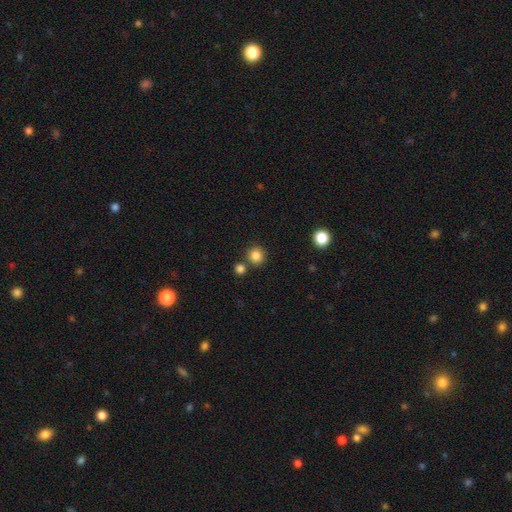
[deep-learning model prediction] Smooth or featured? Predicted: smooth (p=0.85). How rounded? Predicted: round (p=0.93). Merging? Predicted: none (p=0.78).